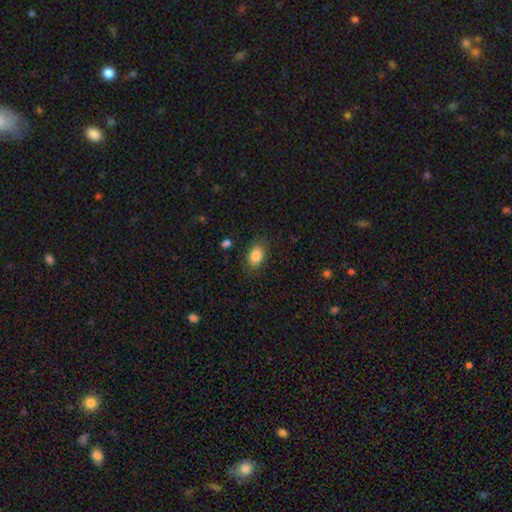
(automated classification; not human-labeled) A smooth galaxy with no disk features (84%) that is in between round and cigar-shaped (77%).

Vote fractions:
- Smooth or featured? smooth: 84% / star or artifact: 9% / featured or disk: 7%
- How rounded? in between: 77% / round: 21% / cigar-shaped: 1%
- Merging? none: 82% / minor disturbance: 13% / major disturbance: 4% / merger: 1%